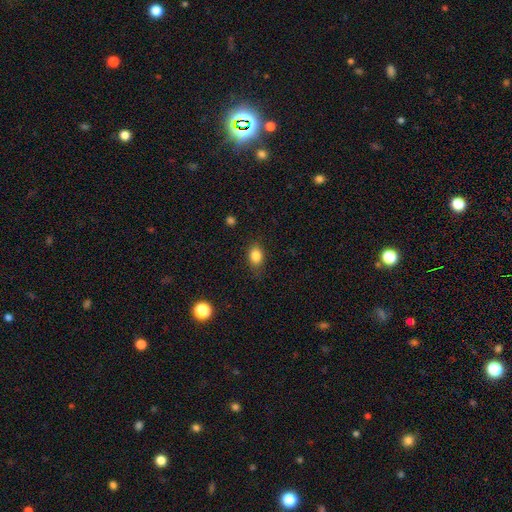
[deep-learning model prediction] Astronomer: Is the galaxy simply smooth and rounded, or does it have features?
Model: smooth — 84%.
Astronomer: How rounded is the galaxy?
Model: in between — 69%.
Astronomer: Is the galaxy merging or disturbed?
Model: none — 79%.